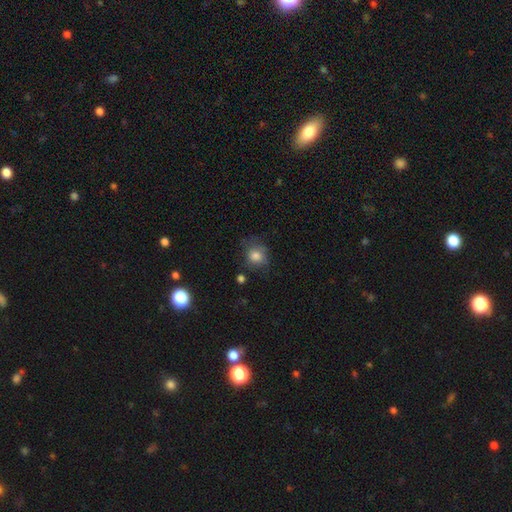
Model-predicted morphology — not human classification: Smooth or featured? smooth (77%)
How rounded? round (75%)
Merging? none (61%)